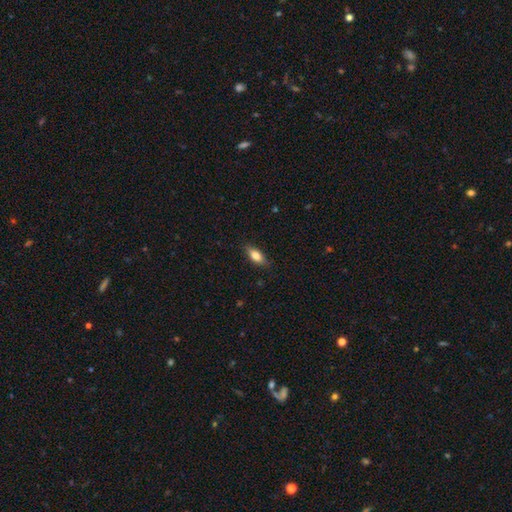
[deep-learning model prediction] smooth-or-featured: smooth: 73% | featured or disk: 20% | star or artifact: 7%
  how-rounded: in between: 74% | cigar-shaped: 23% | round: 3%
  merging: none: 84% | minor disturbance: 13% | major disturbance: 2% | merger: 1%